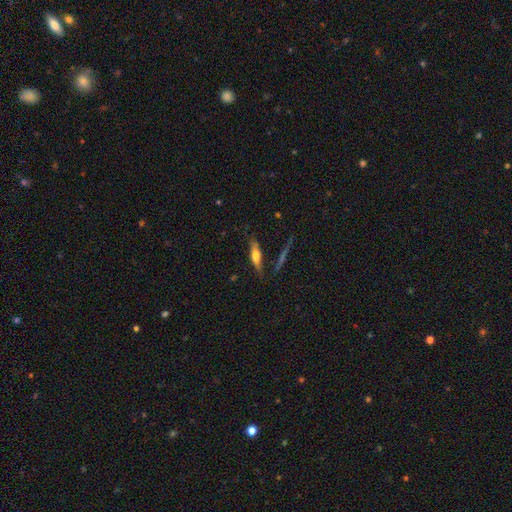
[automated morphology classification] Smooth or featured?
  - smooth: 49% *
  - featured or disk: 43%
  - star or artifact: 8%
Merging?
  - none: 72% *
  - minor disturbance: 17%
  - major disturbance: 5%
  - merger: 5%